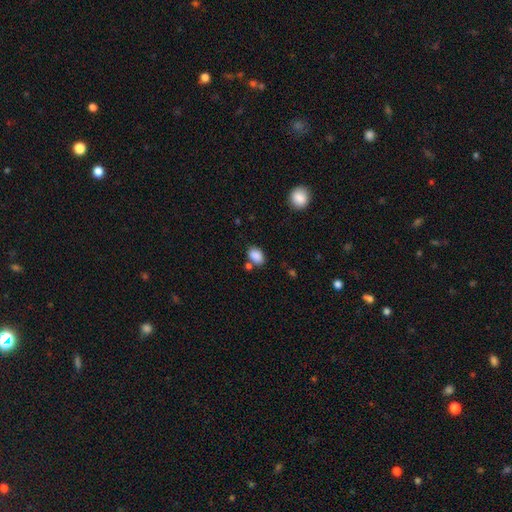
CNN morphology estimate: This appears to be a smooth galaxy with no disk features (87%) that is in between round and cigar-shaped (81%). Merging: none (69%).